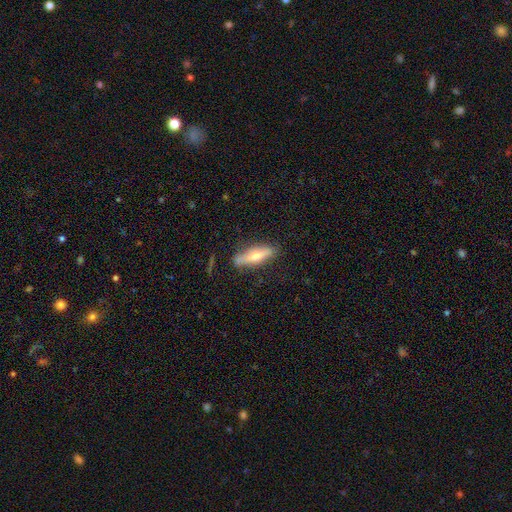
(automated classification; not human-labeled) Smooth or featured?
  - smooth: 49% *
  - featured or disk: 44%
  - star or artifact: 6%
Merging?
  - none: 79% *
  - minor disturbance: 15%
  - major disturbance: 3%
  - merger: 2%